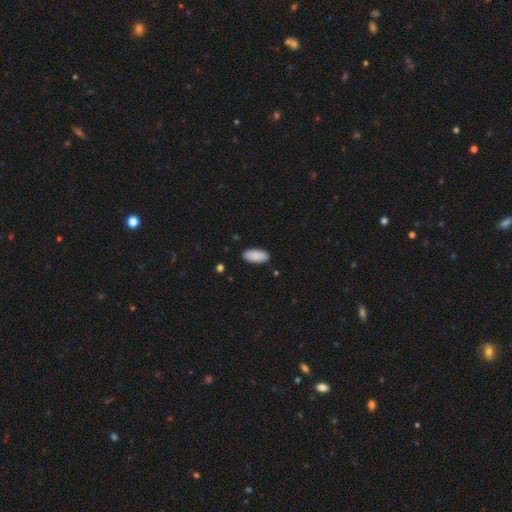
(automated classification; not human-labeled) A smooth galaxy with no disk features (90%) that is in between round and cigar-shaped (91%). Merging: none (88%).